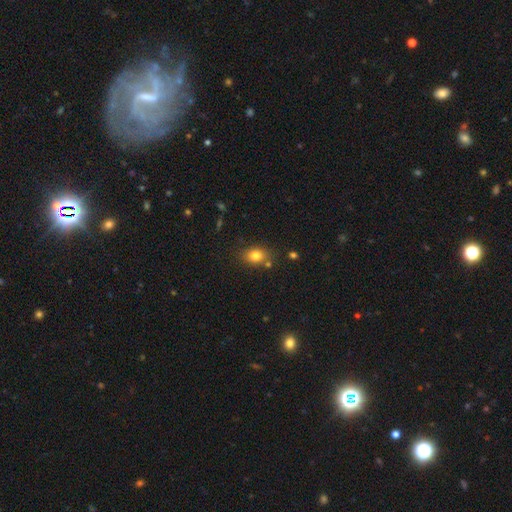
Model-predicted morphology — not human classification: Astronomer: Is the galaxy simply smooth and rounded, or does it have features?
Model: smooth — 80%.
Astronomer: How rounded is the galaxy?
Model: in between — 65%.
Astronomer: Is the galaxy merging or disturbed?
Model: none — 76%.